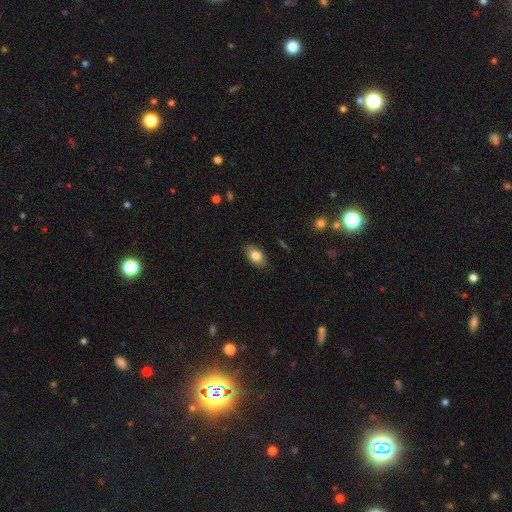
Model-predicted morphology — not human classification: Overall: smooth (80%). How rounded: in between (90%). Merging: none (87%).